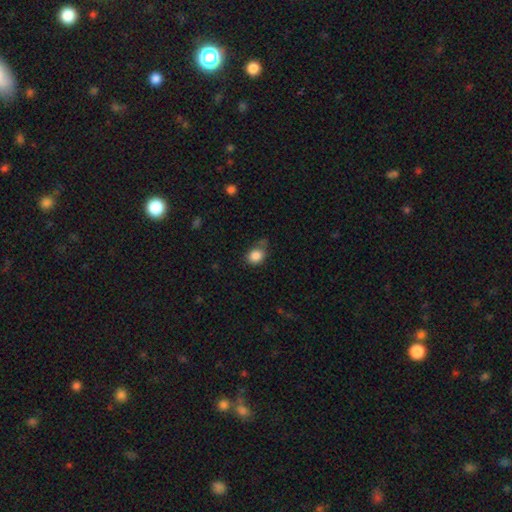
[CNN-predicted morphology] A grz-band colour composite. It shows a smooth galaxy with no disk features (86%) that is round (54%). Merging: none (55%).